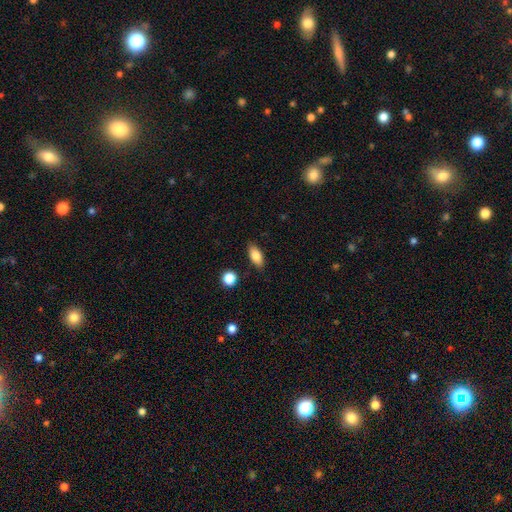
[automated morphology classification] smooth-or-featured: smooth: 83% | featured or disk: 10% | star or artifact: 8%
  how-rounded: in between: 86% | cigar-shaped: 9% | round: 5%
  merging: none: 85% | minor disturbance: 11% | major disturbance: 2% | merger: 2%